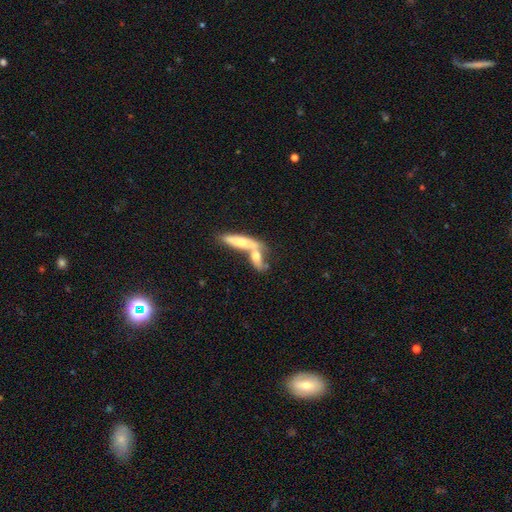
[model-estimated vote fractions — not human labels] Smooth or featured: smooth — 59% (featured or disk — 34%)
How rounded: cigar-shaped — 48% (in between — 47%)
Merging: merger — 65% (none — 24%)